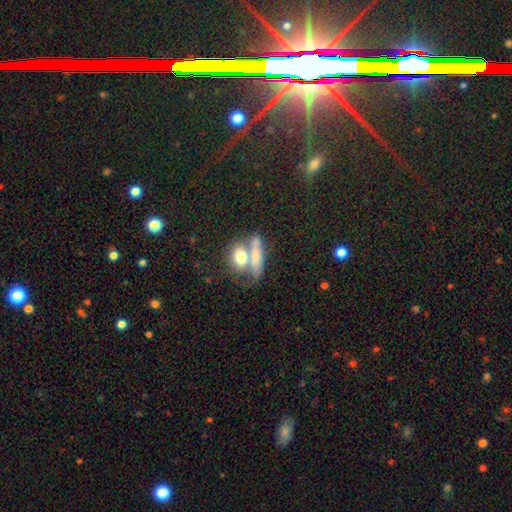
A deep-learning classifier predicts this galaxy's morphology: type=smooth (68%); roundness=in between (53%); merging=merger (51%).